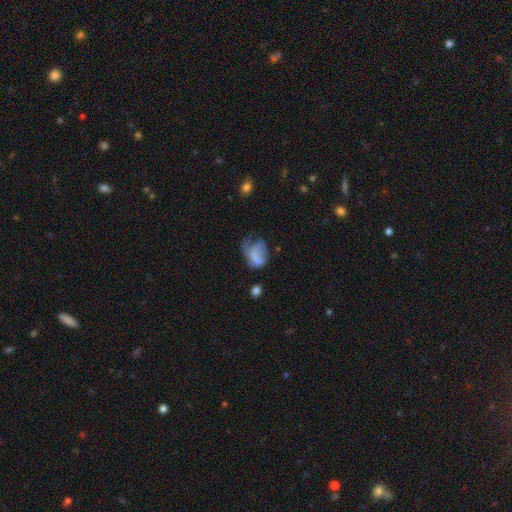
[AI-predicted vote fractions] A smooth galaxy with no disk features (59%) that is in between round and cigar-shaped (72%). Merging: major disturbance (46%).